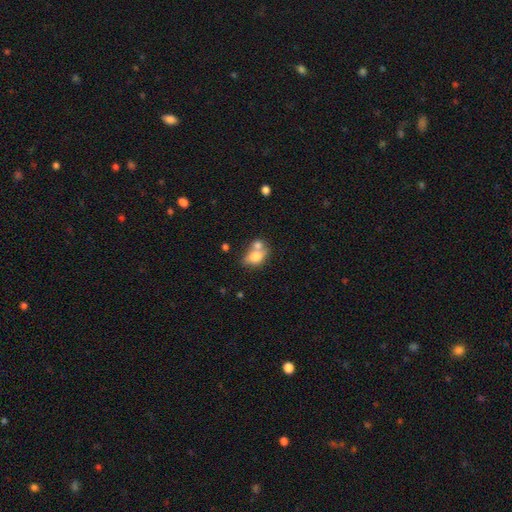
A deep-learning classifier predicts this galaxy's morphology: type=smooth (72%); roundness=in between (70%); merging=merger (53%).